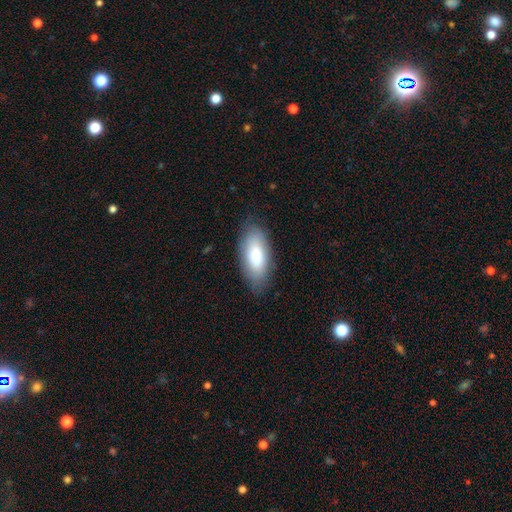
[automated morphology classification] smooth_or_featured: smooth (p=0.80) [alt: featured or disk p=0.14]
how_rounded: in between (p=0.87) [alt: cigar-shaped p=0.11]
merging: none (p=0.82) [alt: minor disturbance p=0.14]